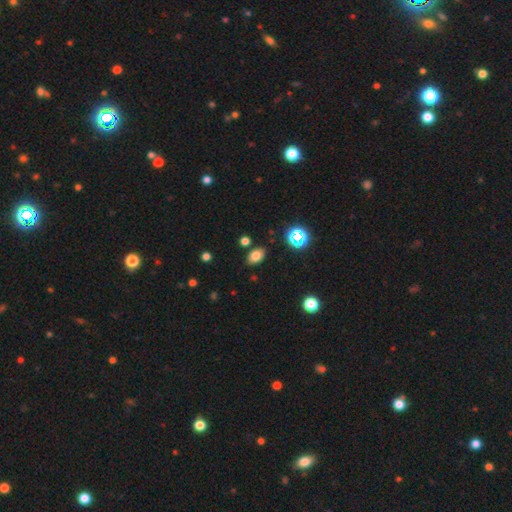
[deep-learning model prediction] Morphology: type=smooth (76%); roundness=in between (84%); merging=none (83%).